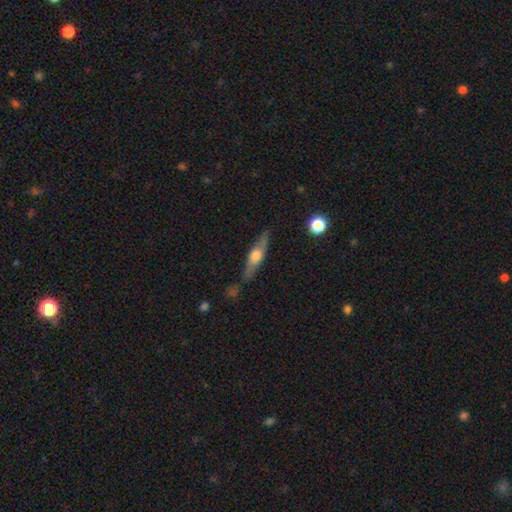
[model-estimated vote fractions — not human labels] Smooth or featured: featured or disk — 61% (smooth — 33%)
Edge-on disk: yes — 91% (no — 9%)
Edge-on bulge: rounded — 90% (boxy — 6%)
Merging: none — 75% (minor disturbance — 16%)